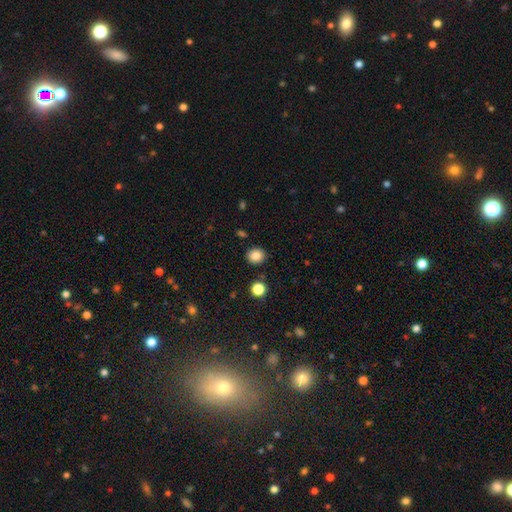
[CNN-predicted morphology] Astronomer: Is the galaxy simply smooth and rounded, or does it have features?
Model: smooth — 84%.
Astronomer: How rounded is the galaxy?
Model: round — 79%.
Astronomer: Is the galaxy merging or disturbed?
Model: none — 89%.